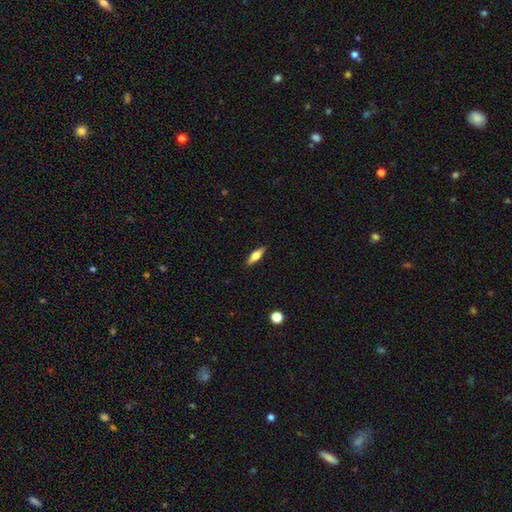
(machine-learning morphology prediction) A smooth galaxy with no disk features (57%) that is in between round and cigar-shaped (52%).

Vote fractions:
- Smooth or featured? smooth: 57% / featured or disk: 36% / star or artifact: 7%
- How rounded? in between: 52% / cigar-shaped: 45% / round: 3%
- Merging? none: 88% / minor disturbance: 9% / major disturbance: 2% / merger: 1%